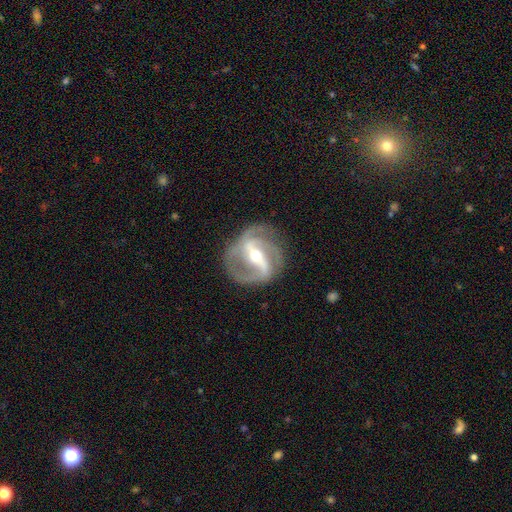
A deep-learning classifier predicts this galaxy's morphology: Smooth or featured: featured or disk — 90% (smooth — 5%)
Edge-on disk: no — 96% (yes — 4%)
Bar: strong — 63% (weak — 26%)
Spiral arms: yes — 96% (no — 4%)
Spiral winding: medium — 51% (tight — 27%)
Spiral arm count: 2 — 47% (3 — 35%)
Bulge size: moderate — 51% (small — 45%)
Merging: none — 76% (minor disturbance — 15%)